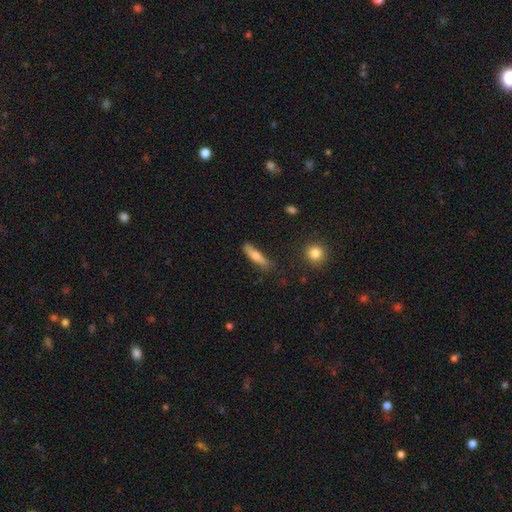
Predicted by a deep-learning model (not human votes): Smooth or featured? smooth (63%)
How rounded? cigar-shaped (79%)
Merging? none (79%)